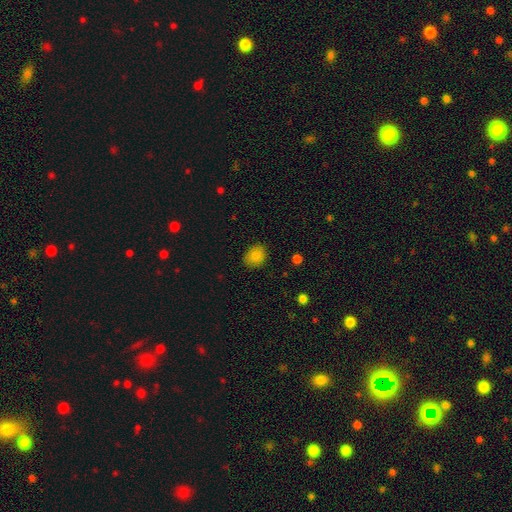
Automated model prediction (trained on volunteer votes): Smooth or featured: smooth — 84% (star or artifact — 10%)
How rounded: round — 56% (in between — 43%)
Merging: none — 86% (minor disturbance — 11%)